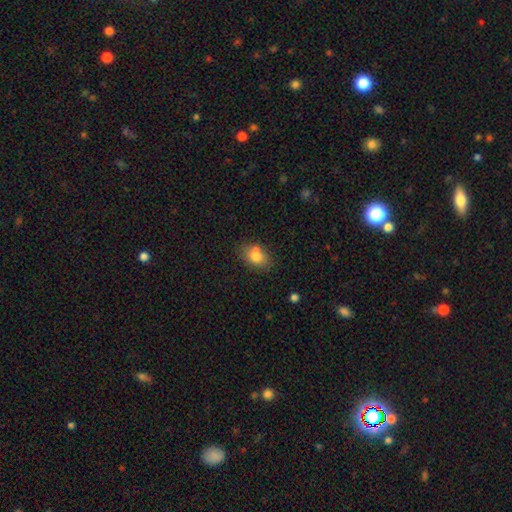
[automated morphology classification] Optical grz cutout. It shows a smooth galaxy with no disk features (78%) that is in between round and cigar-shaped (75%). Merging: none (62%).